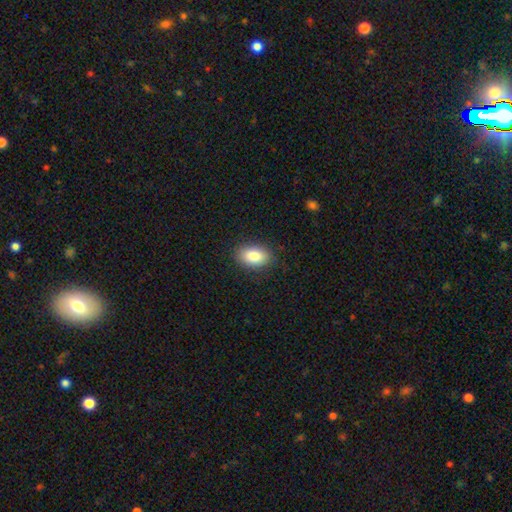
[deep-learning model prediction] smooth_or_featured: smooth (p=0.86) [alt: star or artifact p=0.07]
how_rounded: in between (p=0.90) [alt: round p=0.08]
merging: none (p=0.86) [alt: minor disturbance p=0.10]